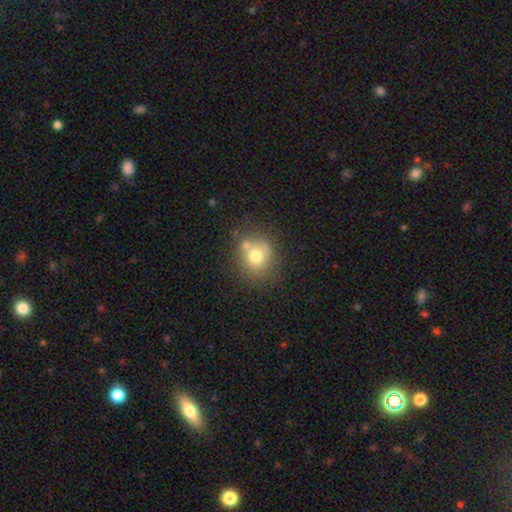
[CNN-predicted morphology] This is likely a smooth galaxy (72%). How rounded: likely round (79%). Merging: possibly none (60%).